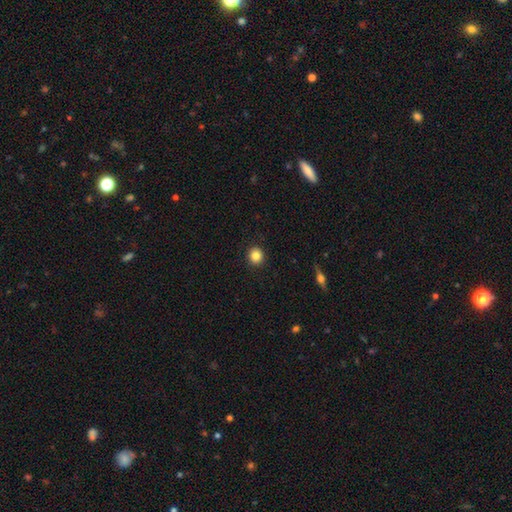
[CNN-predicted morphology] type=smooth (84%); roundness=round (90%); merging=none (93%).